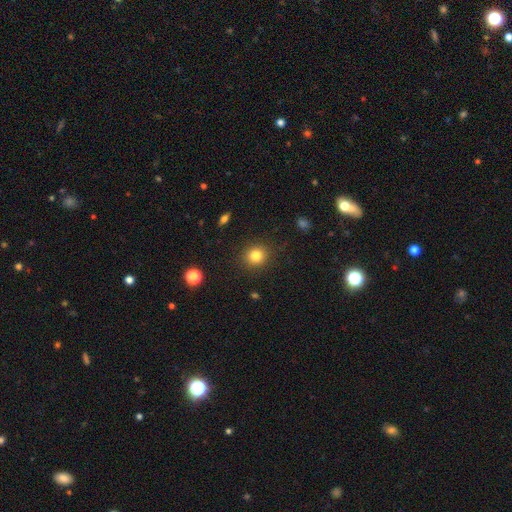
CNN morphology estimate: Smooth or featured: smooth — 82% (star or artifact — 12%)
How rounded: round — 88% (in between — 11%)
Merging: none — 89% (minor disturbance — 7%)